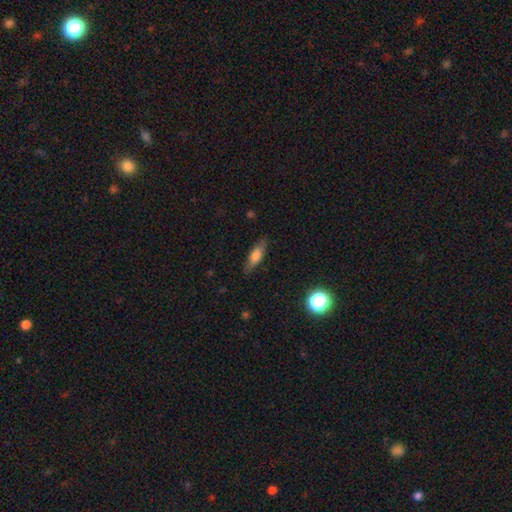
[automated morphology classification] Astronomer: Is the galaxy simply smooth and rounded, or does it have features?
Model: smooth — 68%.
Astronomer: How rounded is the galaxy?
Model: in between — 50% (runner-up: cigar-shaped, 48%).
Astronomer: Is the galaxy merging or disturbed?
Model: none — 83%.